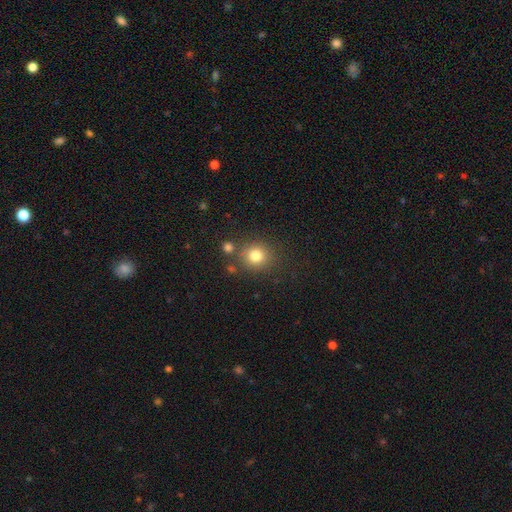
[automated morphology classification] type=smooth (80%); roundness=round (86%); merging=none (79%).